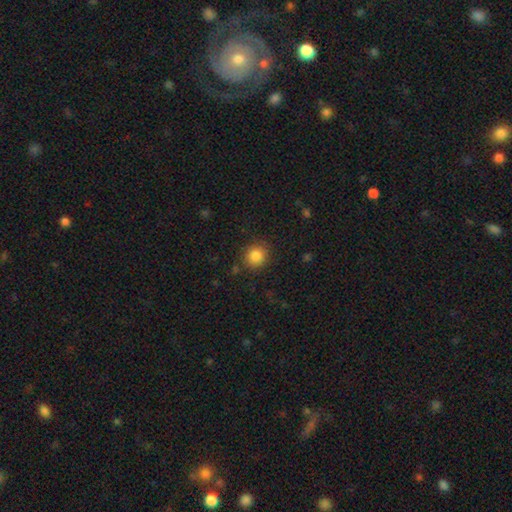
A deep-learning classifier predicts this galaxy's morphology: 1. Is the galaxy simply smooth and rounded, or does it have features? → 85% smooth, 10% star or artifact, 5% featured or disk.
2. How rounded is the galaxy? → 87% round, 12% in between, 1% cigar-shaped.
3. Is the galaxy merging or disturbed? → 85% none, 10% minor disturbance, 3% major disturbance, 2% merger.